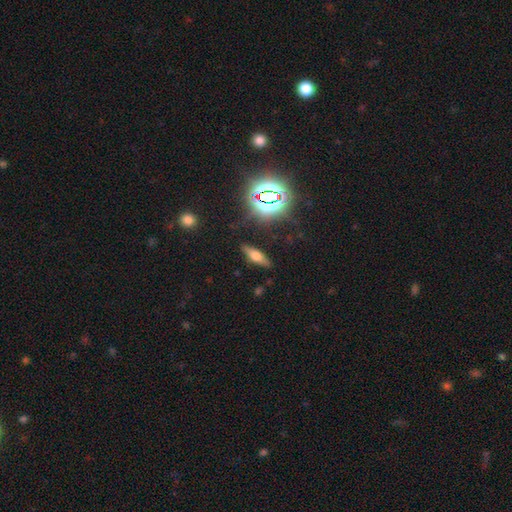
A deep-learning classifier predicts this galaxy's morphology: Overall: smooth (46%; featured or disk 38%). Merging: none (85%).